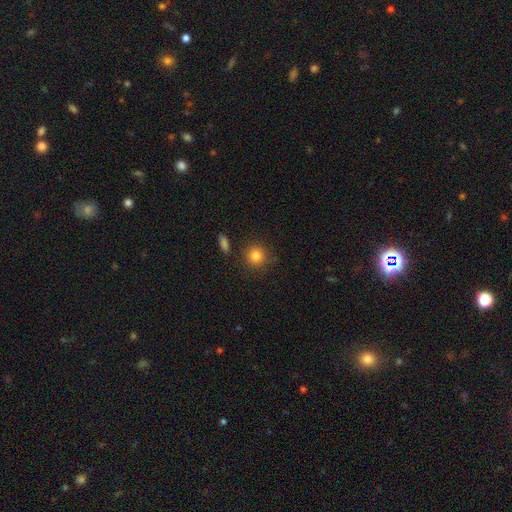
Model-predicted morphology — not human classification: A smooth galaxy with no disk features (83%) that is round (91%). Merging: none (85%).